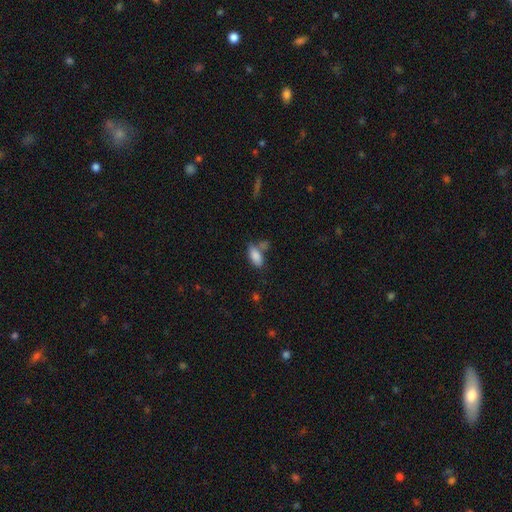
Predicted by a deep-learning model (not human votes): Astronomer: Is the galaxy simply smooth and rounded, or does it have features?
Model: smooth — 85%.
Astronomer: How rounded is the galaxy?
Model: in between — 89%.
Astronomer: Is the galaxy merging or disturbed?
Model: none — 52%.